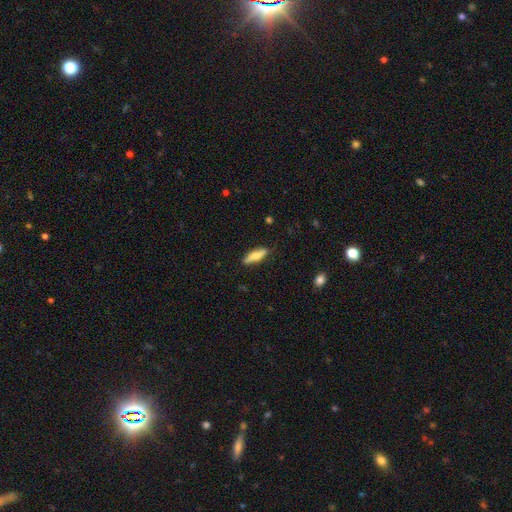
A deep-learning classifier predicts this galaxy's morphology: smooth_or_featured: smooth (p=0.65) [alt: featured or disk p=0.29]
how_rounded: cigar-shaped (p=0.59) [alt: in between p=0.39]
merging: none (p=0.82) [alt: minor disturbance p=0.14]